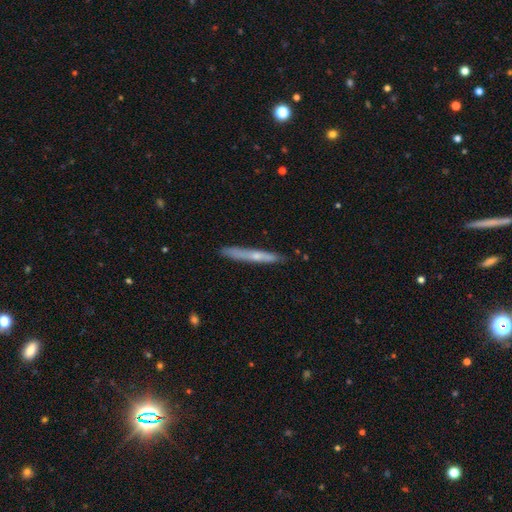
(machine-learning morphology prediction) smooth_or_featured: featured or disk (p=0.50) [alt: smooth p=0.44]
disk_edge_on: yes (p=0.94) [alt: no p=0.06]
merging: none (p=0.86) [alt: minor disturbance p=0.11]